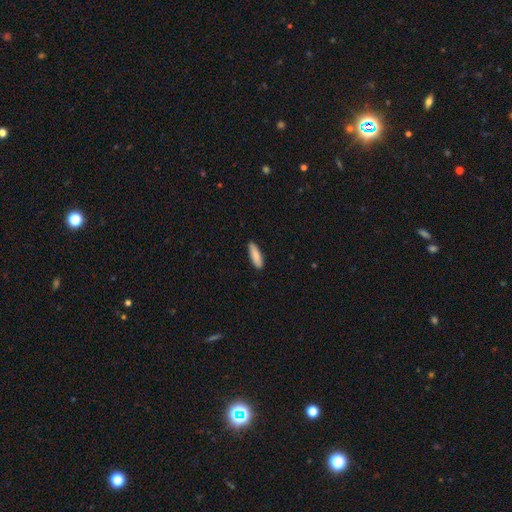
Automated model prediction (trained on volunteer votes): The model was most divided on "how rounded": cigar-shaped: 60%, in between: 39%, round: 2%. More confident: merging — none (87%); smooth or featured — smooth (86%).